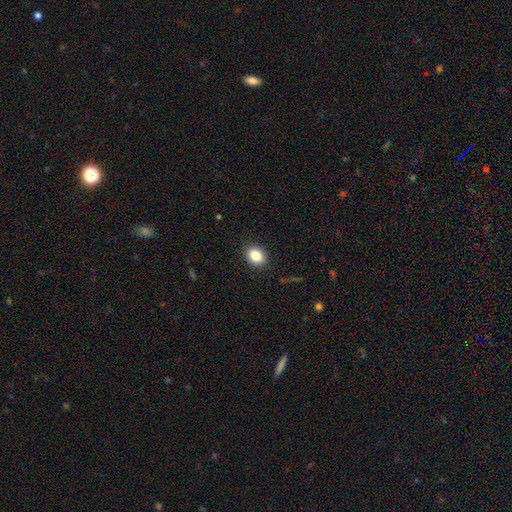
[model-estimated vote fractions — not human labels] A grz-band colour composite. It shows a smooth galaxy with no disk features (85%) that is in between round and cigar-shaped (56%). Merging: none (89%).